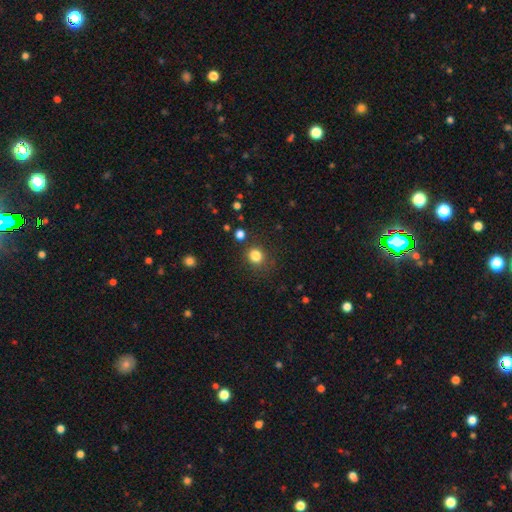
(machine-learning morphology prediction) type=smooth (83%); roundness=round (78%); merging=none (79%).